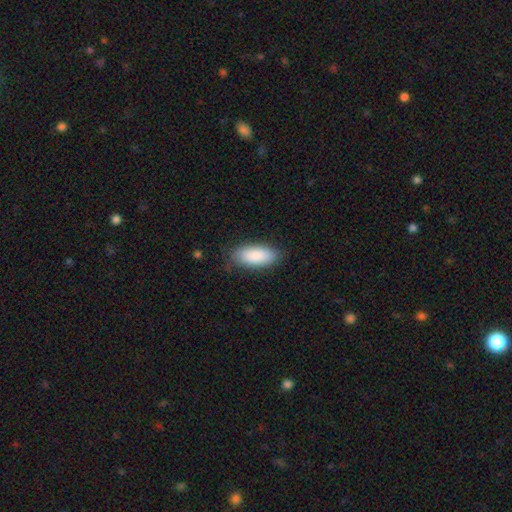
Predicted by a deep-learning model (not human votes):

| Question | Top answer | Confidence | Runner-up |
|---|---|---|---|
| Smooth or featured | smooth | 89% | star or artifact (6%) |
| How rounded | in between | 88% | cigar-shaped (10%) |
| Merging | none | 82% | minor disturbance (13%) |